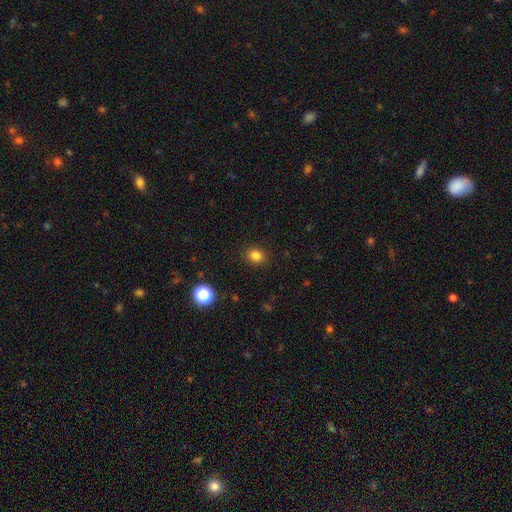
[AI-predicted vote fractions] The model was most divided on "how rounded": round: 62%, in between: 37%, cigar-shaped: 1%. More confident: merging — none (89%); smooth or featured — smooth (83%).